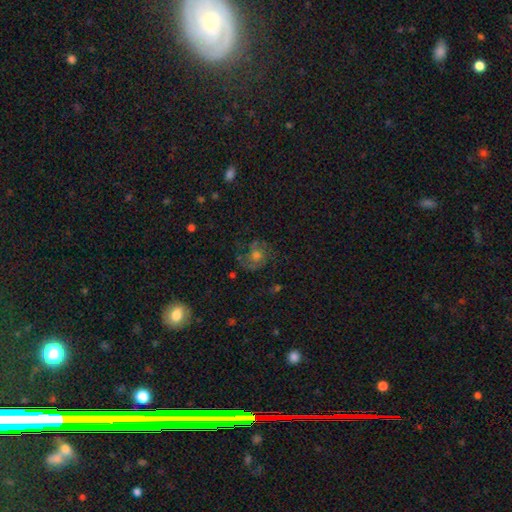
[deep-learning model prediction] This appears to be a featured or disk galaxy (60%) with no bar (76%), 2 (53%) medium (50%) spiral arms (88%) and a moderate central bulge (59%). Merging: none (69%).